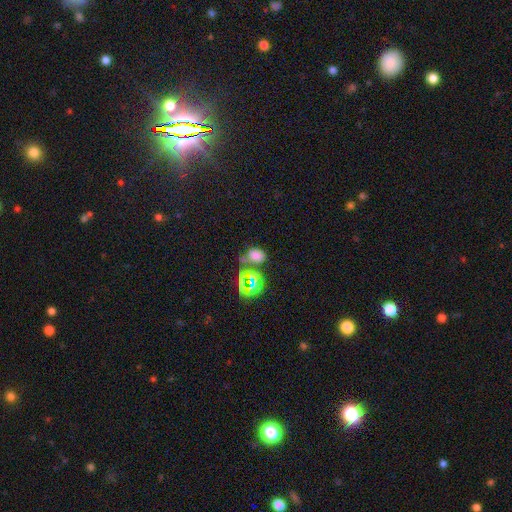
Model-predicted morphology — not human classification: Overall: smooth (64%; star or artifact 28%). How rounded: in between (72%). Merging: none (53%; merger 23%).